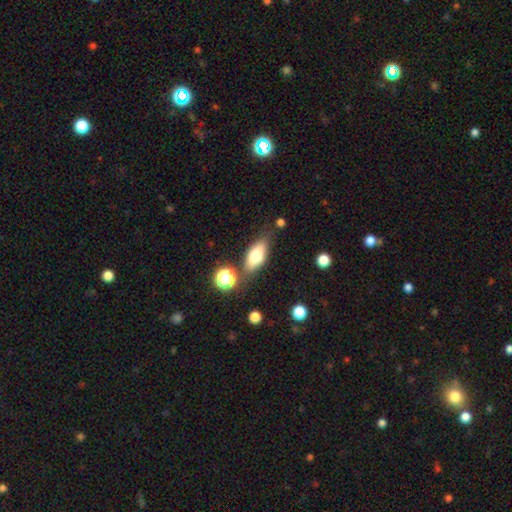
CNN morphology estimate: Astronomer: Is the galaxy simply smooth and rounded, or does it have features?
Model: smooth — 71%.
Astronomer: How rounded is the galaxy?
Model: in between — 82%.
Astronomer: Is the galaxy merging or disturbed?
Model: none — 72%.